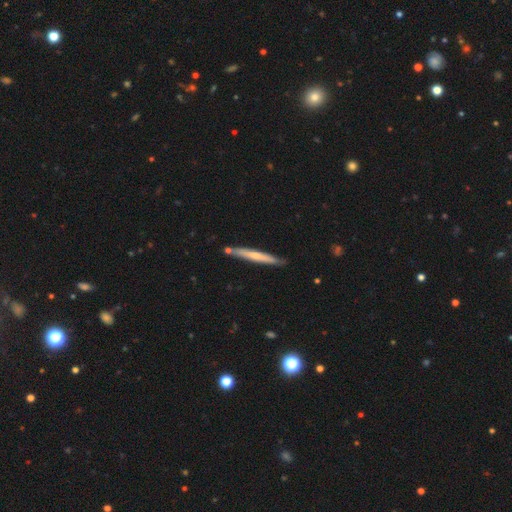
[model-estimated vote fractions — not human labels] The model was most divided on "smooth or featured": smooth: 51%, featured or disk: 44%, star or artifact: 5%. More confident: how rounded — cigar-shaped (96%); merging — none (81%).